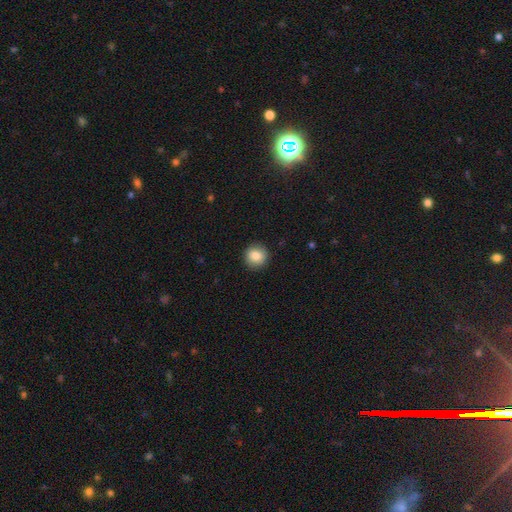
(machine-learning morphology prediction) Overall: smooth (85%). How rounded: round (93%). Merging: none (91%).